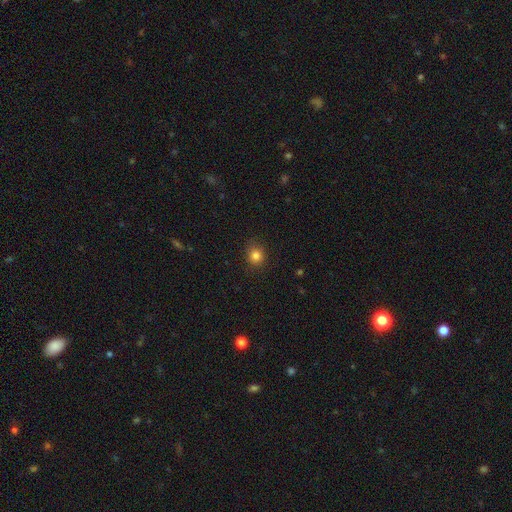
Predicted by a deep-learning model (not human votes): This is clearly a smooth galaxy (83%). How rounded: clearly round (83%). Merging: clearly none (86%).